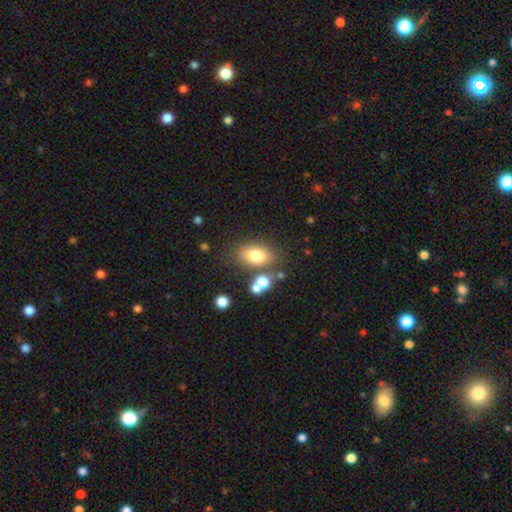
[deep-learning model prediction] Smooth or featured? smooth (77%)
How rounded? in between (82%)
Merging? none (68%)